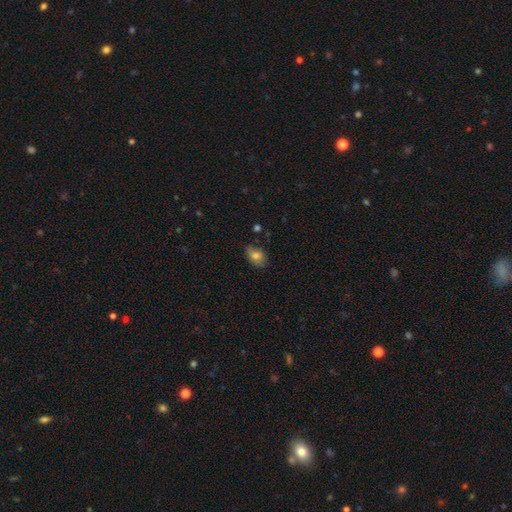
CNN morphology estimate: Smooth or featured? smooth (77%)
How rounded? in between (81%)
Merging? none (64%)